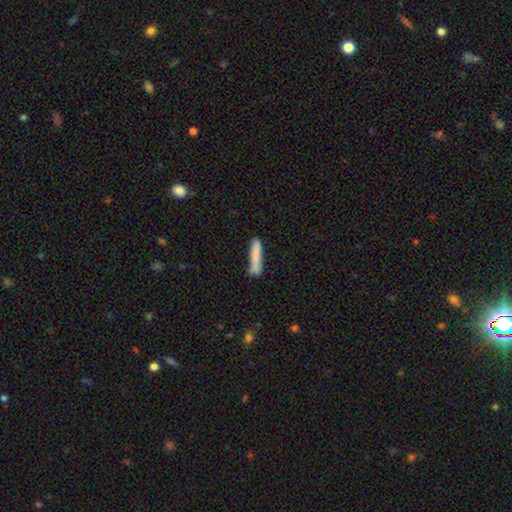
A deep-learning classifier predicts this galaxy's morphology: This is likely a smooth galaxy (78%). How rounded: clearly cigar-shaped (90%). Merging: likely none (62%).